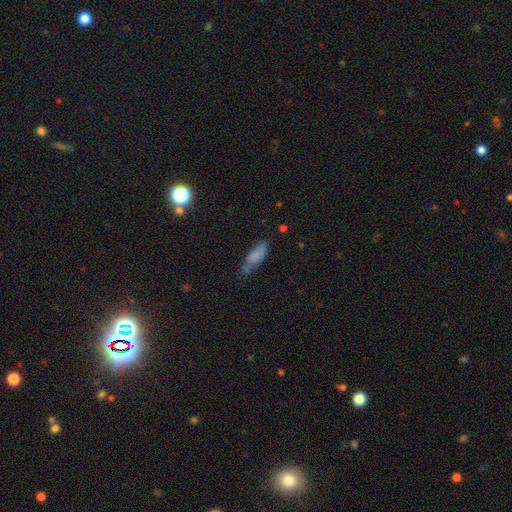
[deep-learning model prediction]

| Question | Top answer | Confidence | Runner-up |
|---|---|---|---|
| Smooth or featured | smooth | 77% | featured or disk (15%) |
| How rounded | in between | 57% | cigar-shaped (40%) |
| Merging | none | 64% | minor disturbance (26%) |